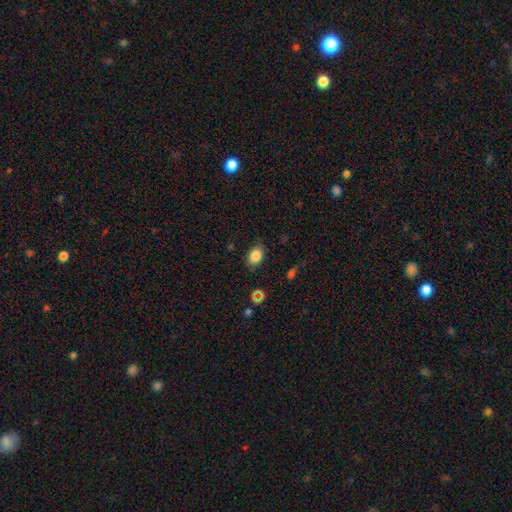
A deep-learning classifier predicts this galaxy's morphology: Smooth or featured? Predicted: smooth (p=0.84). How rounded? Predicted: in between (p=0.79). Merging? Predicted: none (p=0.82).